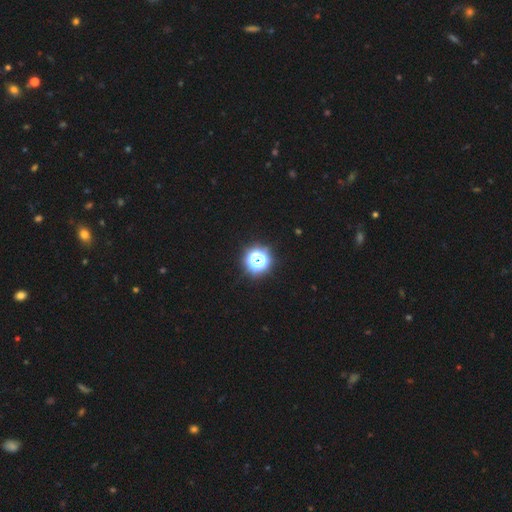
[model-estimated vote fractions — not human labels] The model was most divided on "smooth or featured": star or artifact: 59%, smooth: 31%, featured or disk: 10%.